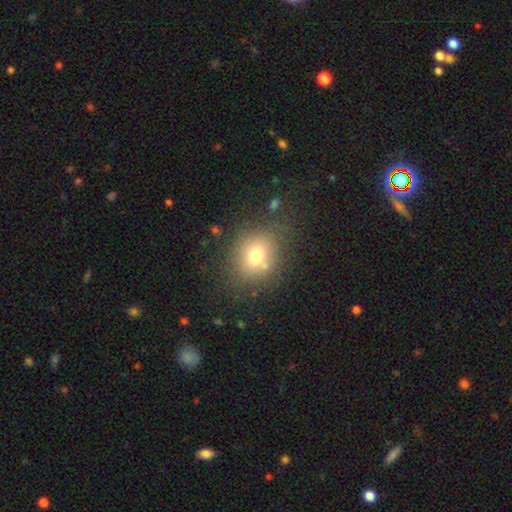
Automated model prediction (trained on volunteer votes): Smooth or featured?
  - smooth: 72% *
  - star or artifact: 14%
  - featured or disk: 14%
How rounded?
  - round: 65% *
  - in between: 34%
  - cigar-shaped: 1%
Merging?
  - none: 72% *
  - minor disturbance: 14%
  - merger: 9%
  - major disturbance: 5%